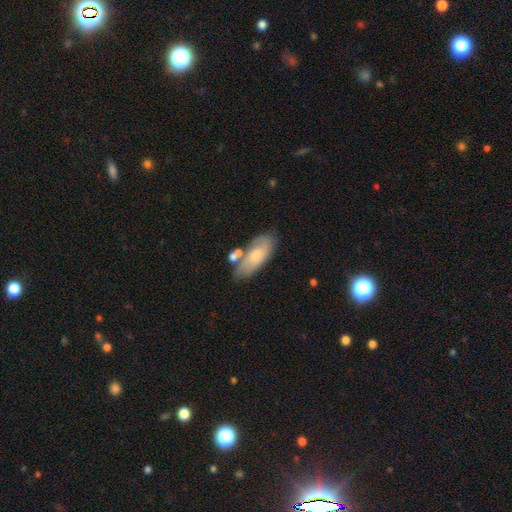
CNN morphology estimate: Smooth or featured: smooth — 58% (featured or disk — 35%)
How rounded: in between — 83% (cigar-shaped — 14%)
Merging: none — 58% (minor disturbance — 22%)